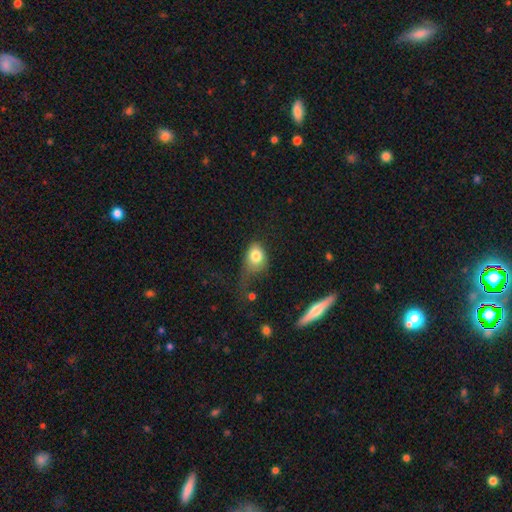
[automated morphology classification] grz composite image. It shows a smooth galaxy with no disk features (80%) that is in between round and cigar-shaped (65%). Merging: none (33%).